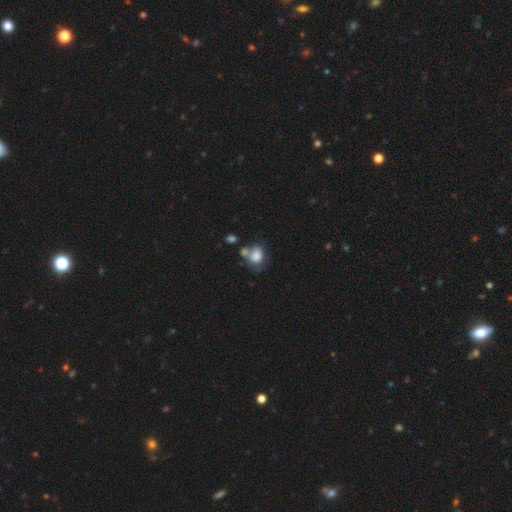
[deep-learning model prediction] Smooth or featured? Predicted: smooth (p=0.74). How rounded? Predicted: in between (p=0.55). Merging? Predicted: merger (p=0.33).